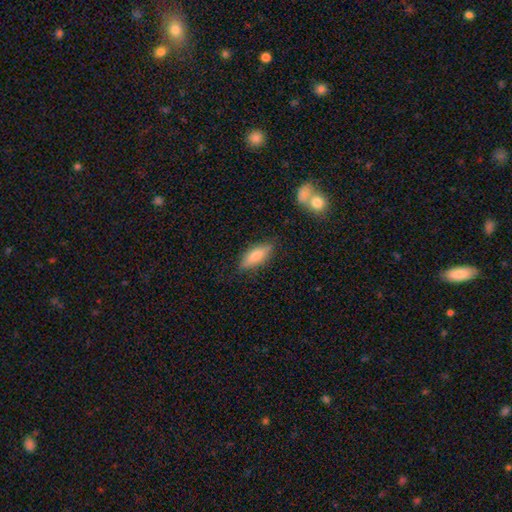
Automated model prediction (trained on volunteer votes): Smooth or featured? smooth (60%)
How rounded? in between (50%)
Merging? none (82%)